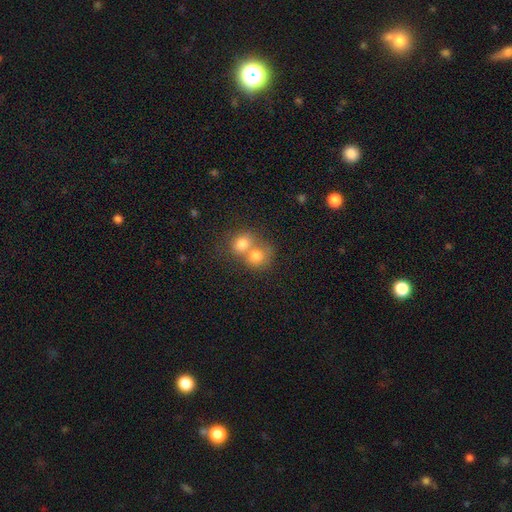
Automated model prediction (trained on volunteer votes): This appears to be a smooth galaxy with no disk features (76%) that is round (71%). Merging: merger (64%).